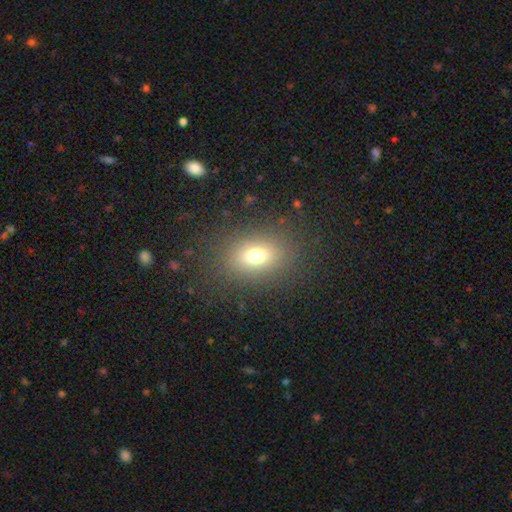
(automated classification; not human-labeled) smooth 70%, star or artifact 17%, featured or disk 13%. Down the decision tree: how rounded — in between (62%); merging — none (84%).